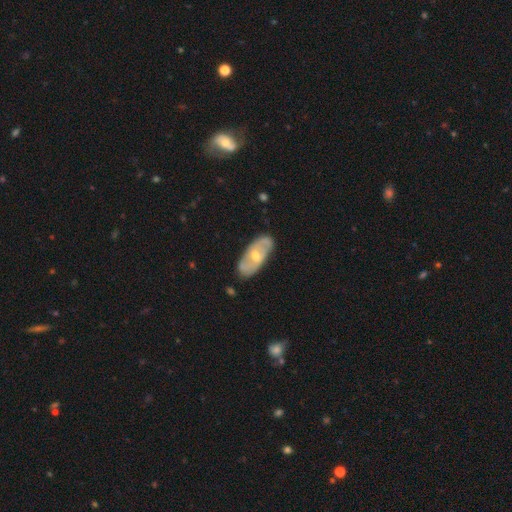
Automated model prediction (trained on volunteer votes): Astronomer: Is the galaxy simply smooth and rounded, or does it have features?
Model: featured or disk — 62%.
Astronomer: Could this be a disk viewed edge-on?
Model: no — 88%.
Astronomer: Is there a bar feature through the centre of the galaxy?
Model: no — 51% (runner-up: weak, 39%).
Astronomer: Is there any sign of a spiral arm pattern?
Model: yes — 62% (runner-up: no, 38%).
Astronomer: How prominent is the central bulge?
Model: moderate — 62%.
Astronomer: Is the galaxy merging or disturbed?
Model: none — 80%.